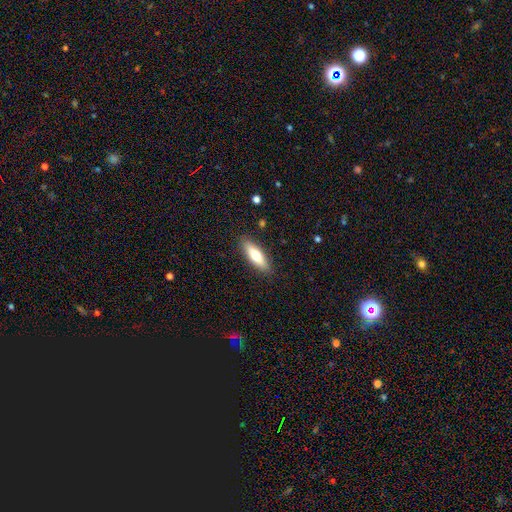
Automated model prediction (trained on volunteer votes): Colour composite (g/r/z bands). It shows a smooth galaxy with no disk features (70%) that is in between round and cigar-shaped (52%). Merging: none (88%).